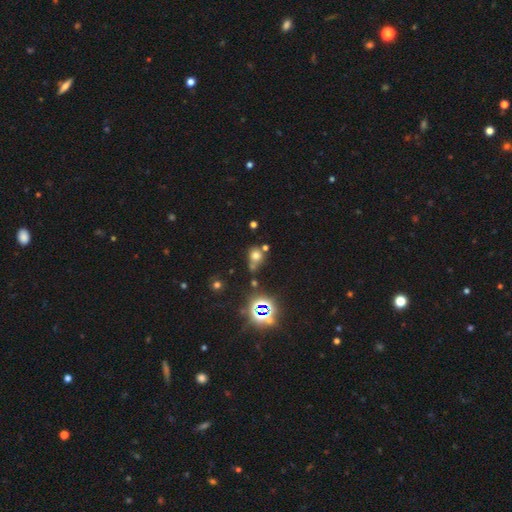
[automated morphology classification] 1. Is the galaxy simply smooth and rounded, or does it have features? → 60% smooth, 28% star or artifact, 12% featured or disk.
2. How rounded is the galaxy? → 74% round, 25% in between, 2% cigar-shaped.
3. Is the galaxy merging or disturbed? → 50% none, 26% merger, 17% minor disturbance, 8% major disturbance.